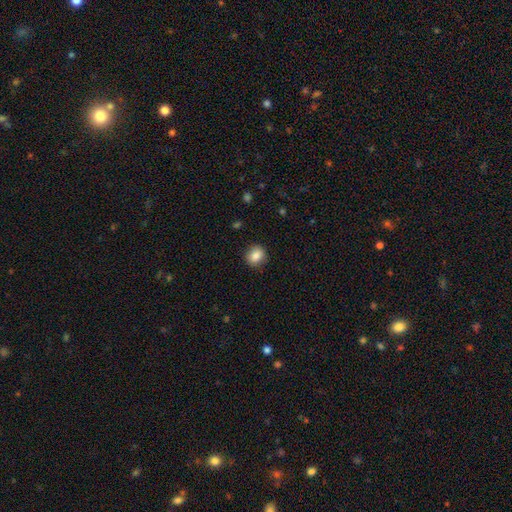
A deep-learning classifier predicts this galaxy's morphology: The model was most divided on "how rounded": round: 77%, in between: 22%, cigar-shaped: 1%. More confident: merging — none (89%); smooth or featured — smooth (86%).